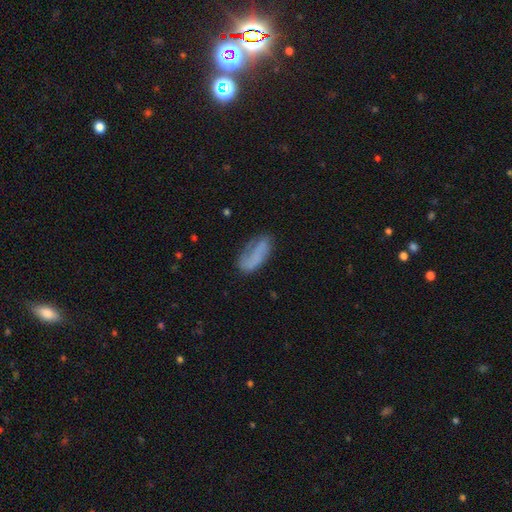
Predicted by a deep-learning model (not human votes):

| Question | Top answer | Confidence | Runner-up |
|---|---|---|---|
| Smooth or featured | smooth | 58% | featured or disk (32%) |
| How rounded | in between | 79% | cigar-shaped (18%) |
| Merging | none | 52% | minor disturbance (28%) |